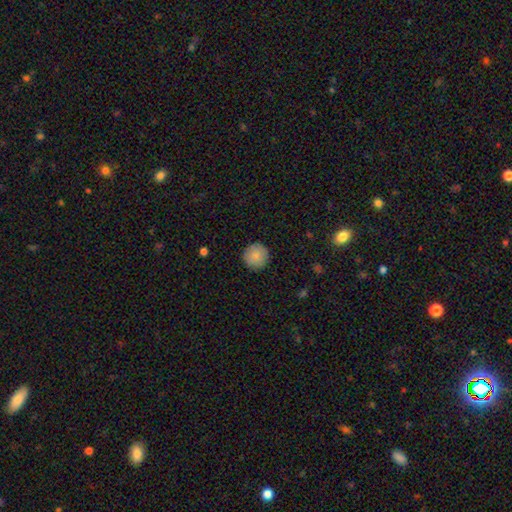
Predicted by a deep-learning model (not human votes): Smooth or featured? Predicted: smooth (p=0.87). How rounded? Predicted: round (p=0.96). Merging? Predicted: none (p=0.91).